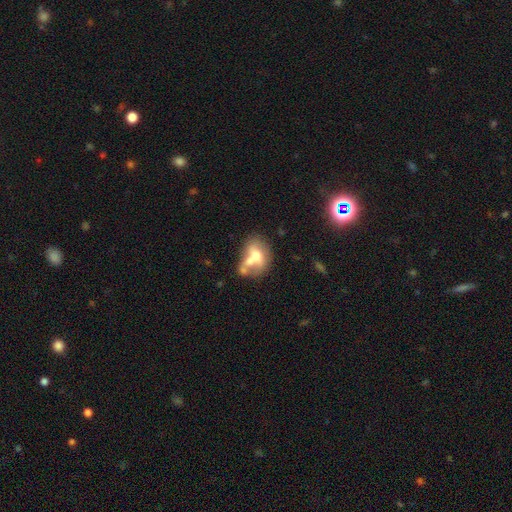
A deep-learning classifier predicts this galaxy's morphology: type=smooth (49%); merging=merger (47%).